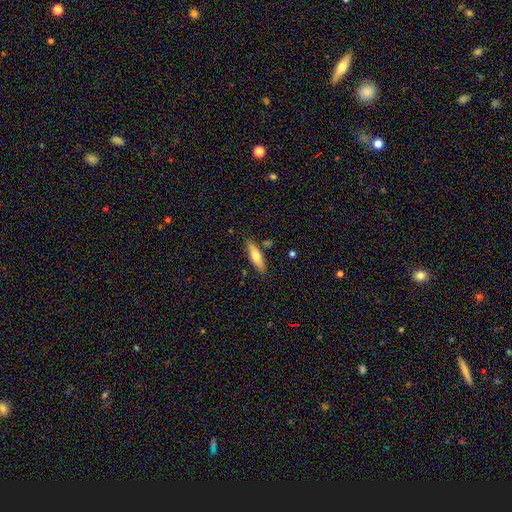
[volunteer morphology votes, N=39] Overall: smooth (62%; featured or disk 31%). How rounded: cigar-shaped (62%; in between 38%). Merging: none (81%).